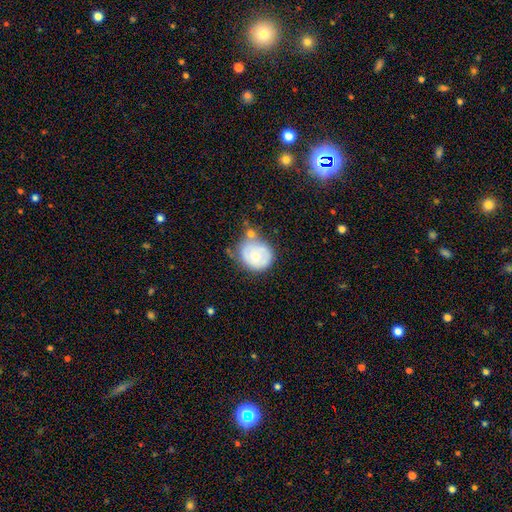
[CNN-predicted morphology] Smooth or featured? Predicted: smooth (p=0.57). How rounded? Predicted: round (p=0.76). Merging? Predicted: none (p=0.40).